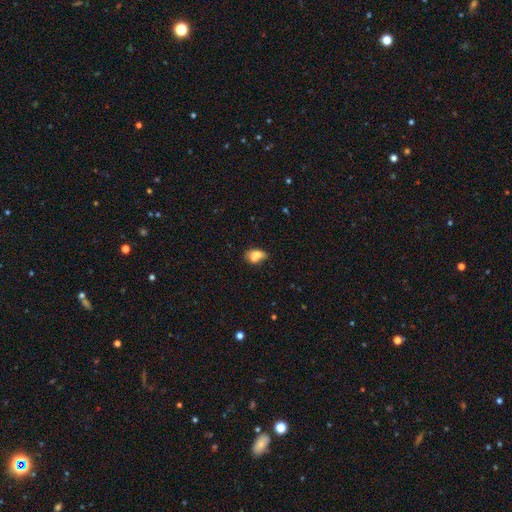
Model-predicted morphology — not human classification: This is likely a smooth galaxy (70%). How rounded: likely in between (78%). Merging: marginally merger (41%).